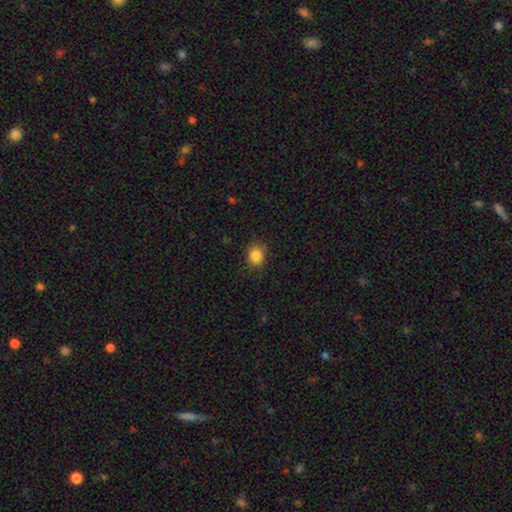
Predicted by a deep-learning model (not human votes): smooth 86%, star or artifact 10%, featured or disk 4%. Down the decision tree: how rounded — round (64%); merging — none (84%).